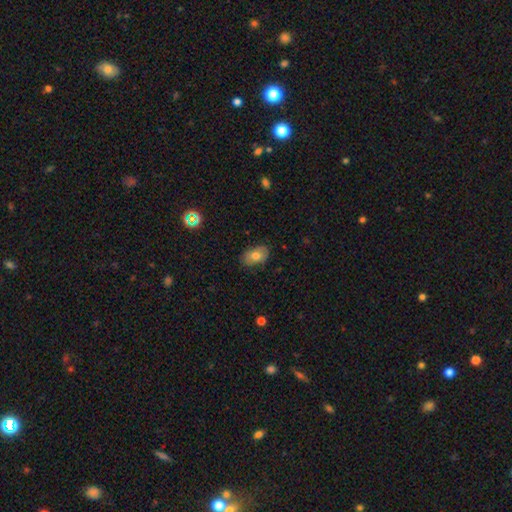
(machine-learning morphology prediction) smooth 73%, featured or disk 17%, star or artifact 9%. Down the decision tree: how rounded — in between (89%); merging — none (81%).